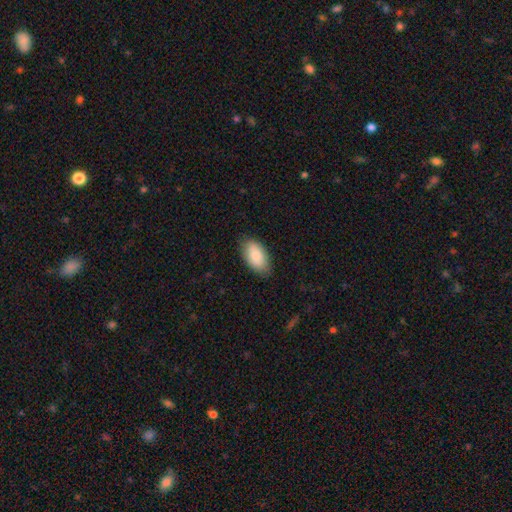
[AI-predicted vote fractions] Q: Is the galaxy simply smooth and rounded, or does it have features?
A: smooth — 86%.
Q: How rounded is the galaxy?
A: in between — 95%.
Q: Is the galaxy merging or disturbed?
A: none — 83%.